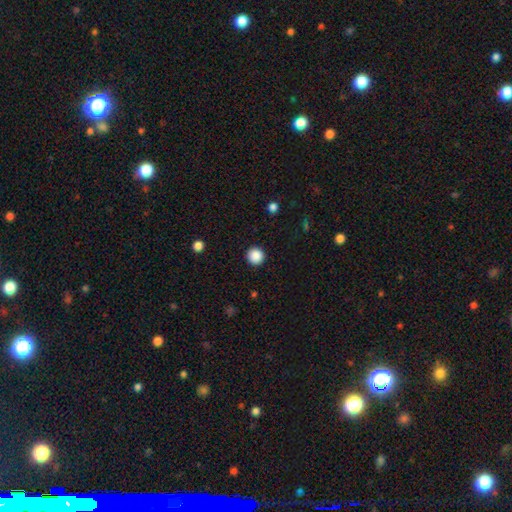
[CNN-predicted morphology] Overall: smooth (88%). How rounded: round (95%). Merging: none (92%).